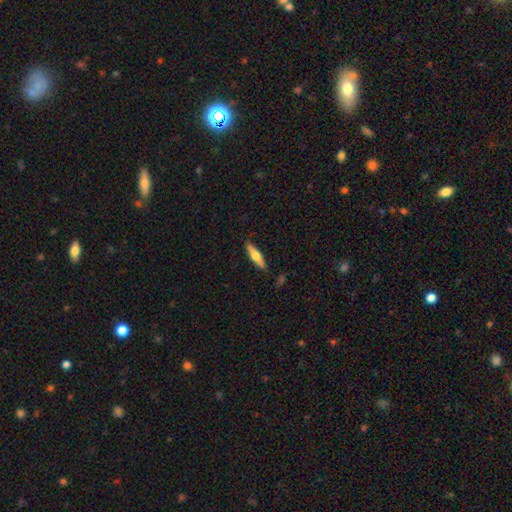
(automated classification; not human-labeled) This appears to be a smooth galaxy with no disk features (52%) that is cigar-shaped (76%). Merging: none (88%).